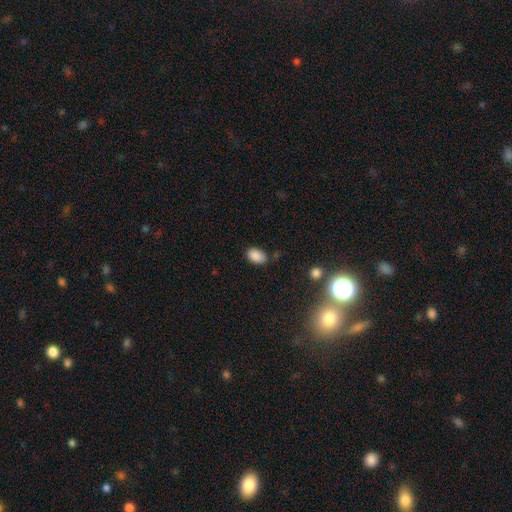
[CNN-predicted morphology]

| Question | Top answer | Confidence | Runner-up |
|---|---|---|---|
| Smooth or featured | smooth | 87% | star or artifact (9%) |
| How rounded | in between | 90% | round (9%) |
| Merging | none | 76% | minor disturbance (17%) |